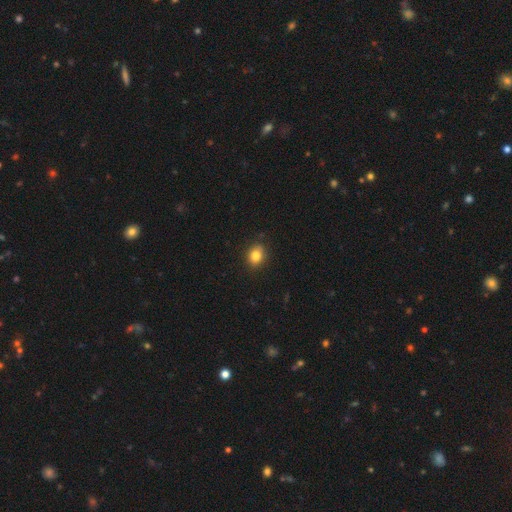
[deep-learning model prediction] smooth_or_featured: smooth (p=0.83) [alt: star or artifact p=0.10]
how_rounded: round (p=0.53) [alt: in between p=0.46]
merging: none (p=0.87) [alt: minor disturbance p=0.10]